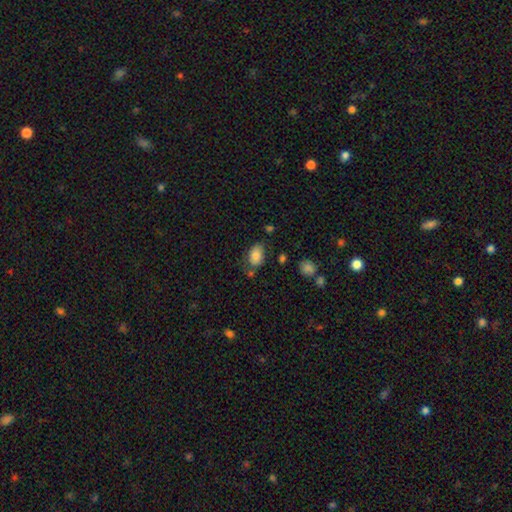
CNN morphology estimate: Smooth or featured? smooth (83%)
How rounded? in between (88%)
Merging? none (61%)